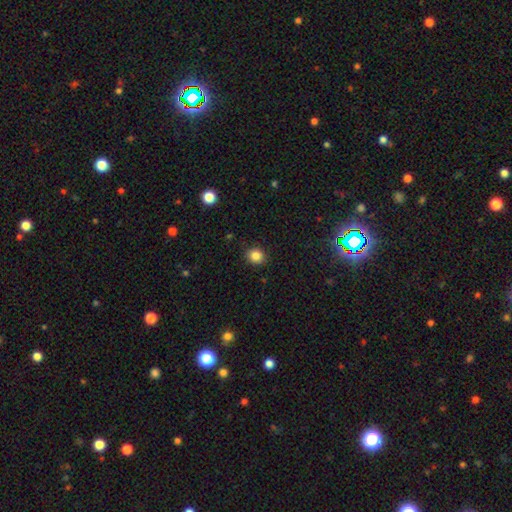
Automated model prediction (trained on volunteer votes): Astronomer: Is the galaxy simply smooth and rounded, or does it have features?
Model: smooth — 85%.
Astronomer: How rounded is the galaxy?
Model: round — 75%.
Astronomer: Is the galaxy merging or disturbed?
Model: none — 89%.